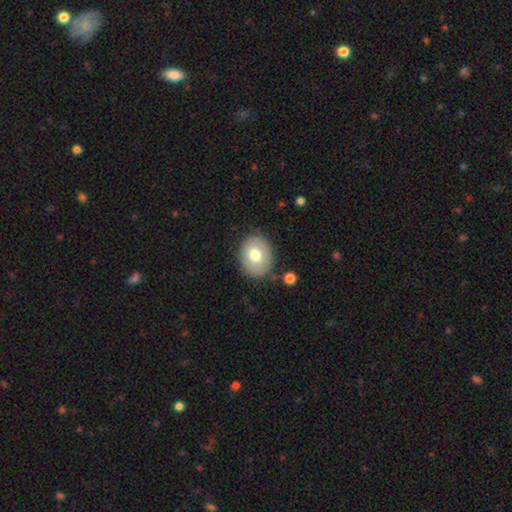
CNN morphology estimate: smooth-or-featured: smooth: 73% | featured or disk: 20% | star or artifact: 8%
  how-rounded: in between: 56% | round: 43% | cigar-shaped: 1%
  merging: none: 86% | minor disturbance: 10% | major disturbance: 2% | merger: 2%